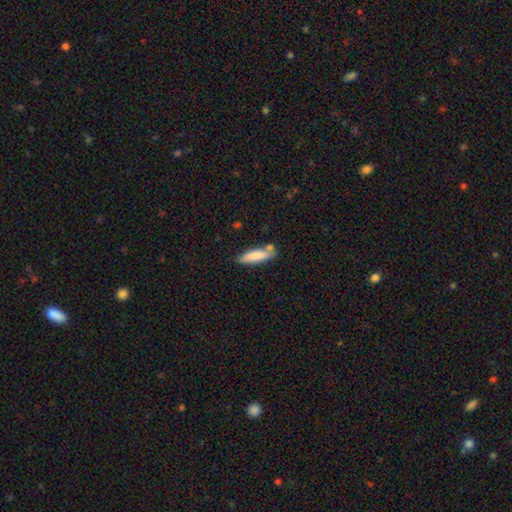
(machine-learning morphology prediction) smooth-or-featured: smooth: 81% | featured or disk: 13% | star or artifact: 6%
  how-rounded: cigar-shaped: 63% | in between: 36% | round: 2%
  merging: none: 64% | minor disturbance: 18% | merger: 13% | major disturbance: 4%